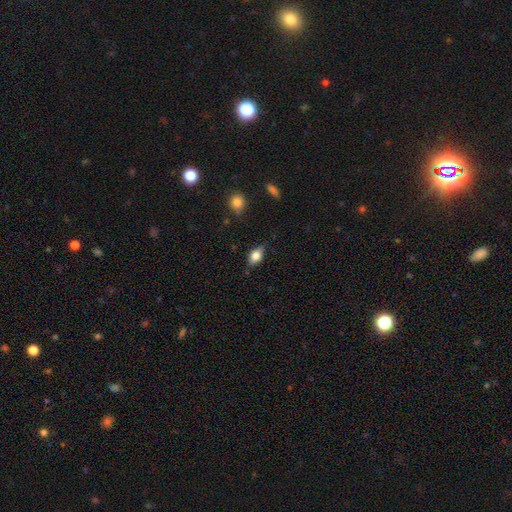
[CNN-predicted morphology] This appears to be a smooth galaxy with no disk features (70%) that is in between round and cigar-shaped (83%). Merging: none (75%).